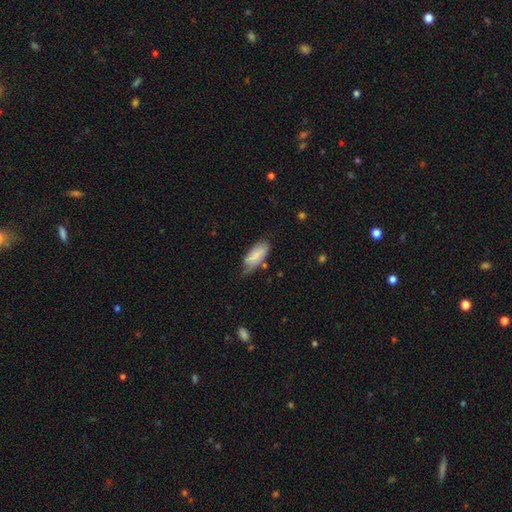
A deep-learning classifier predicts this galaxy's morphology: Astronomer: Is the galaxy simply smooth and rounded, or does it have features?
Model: smooth — 72%.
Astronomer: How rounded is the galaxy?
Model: in between — 83%.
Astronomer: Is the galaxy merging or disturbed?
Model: none — 46% (runner-up: minor disturbance, 38%).